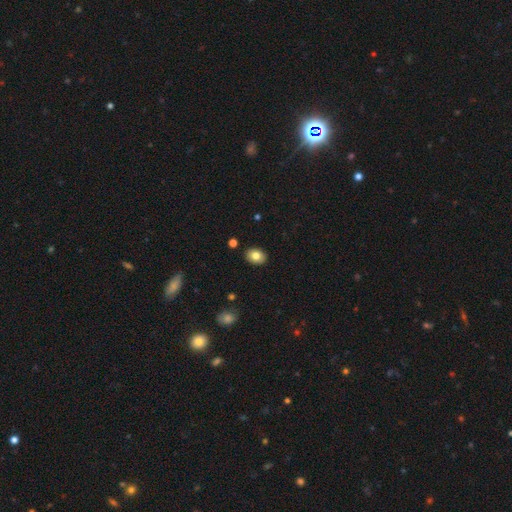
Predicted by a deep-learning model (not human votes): smooth-or-featured: smooth: 79% | featured or disk: 12% | star or artifact: 9%
  how-rounded: in between: 69% | round: 30% | cigar-shaped: 1%
  merging: none: 89% | minor disturbance: 8% | major disturbance: 2% | merger: 1%